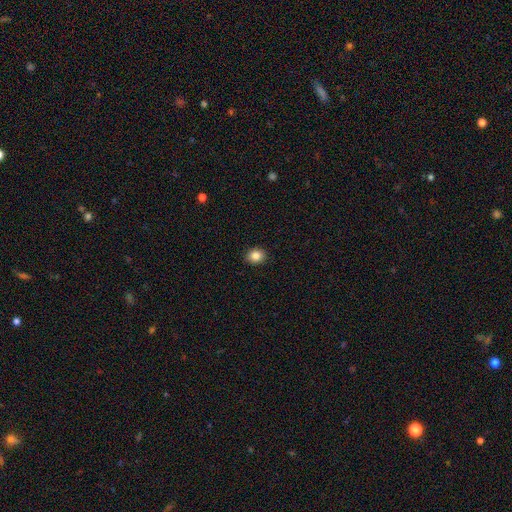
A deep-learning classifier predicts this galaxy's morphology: This is clearly a smooth galaxy (85%). How rounded: likely round (67%). Merging: clearly none (92%).